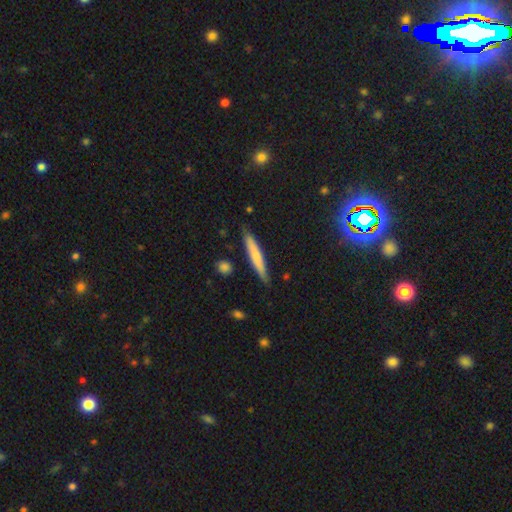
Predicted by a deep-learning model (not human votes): Morphology: type=smooth (64%); roundness=cigar-shaped (94%); merging=none (86%).